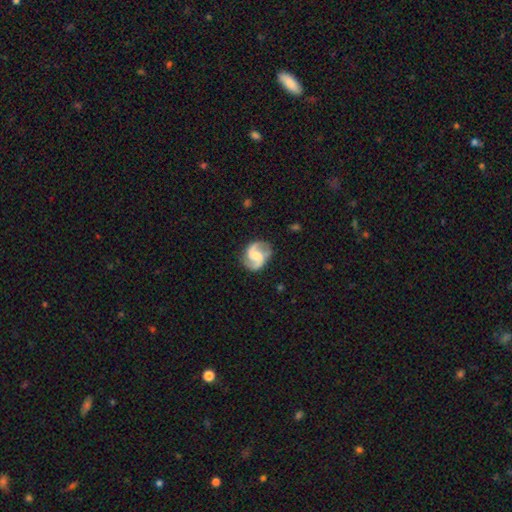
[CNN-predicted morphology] Smooth or featured: featured or disk — 88% (smooth — 7%)
Edge-on disk: no — 98% (yes — 2%)
Bar: weak — 45% (no — 41%)
Spiral arms: yes — 97% (no — 3%)
Spiral winding: medium — 55% (loose — 29%)
Spiral arm count: 2 — 93% (can't tell — 2%)
Bulge size: moderate — 44% (small — 36%)
Merging: none — 80% (minor disturbance — 13%)